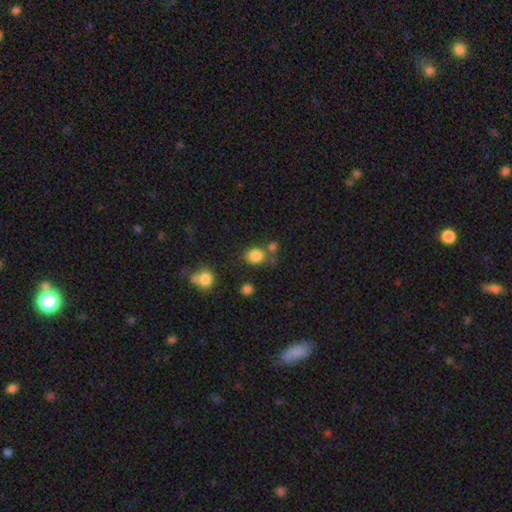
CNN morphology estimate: smooth_or_featured: smooth (p=0.83) [alt: star or artifact p=0.12]
how_rounded: round (p=0.67) [alt: in between p=0.32]
merging: none (p=0.64) [alt: merger p=0.18]